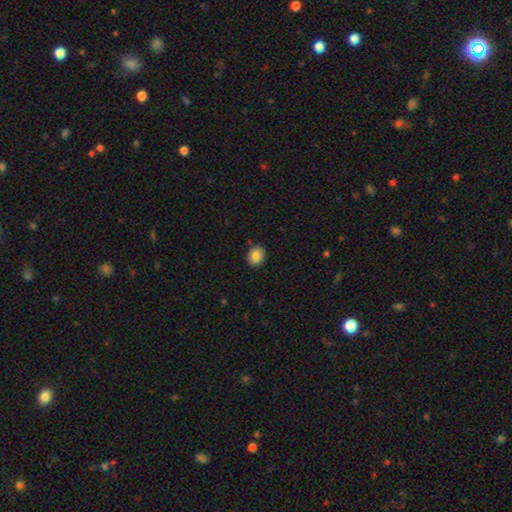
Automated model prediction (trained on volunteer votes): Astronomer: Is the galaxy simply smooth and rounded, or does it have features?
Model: smooth — 86%.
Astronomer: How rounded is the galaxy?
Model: round — 65%.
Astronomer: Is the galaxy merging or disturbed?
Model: none — 88%.